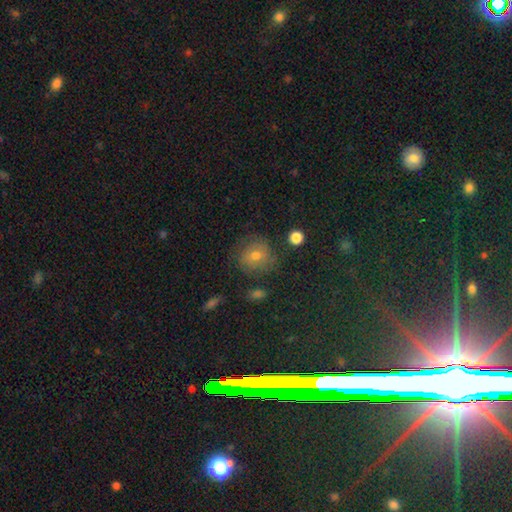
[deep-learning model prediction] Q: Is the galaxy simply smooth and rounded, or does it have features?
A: smooth — 51%.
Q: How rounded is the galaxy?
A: round — 82%.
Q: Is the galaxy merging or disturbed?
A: none — 74%.